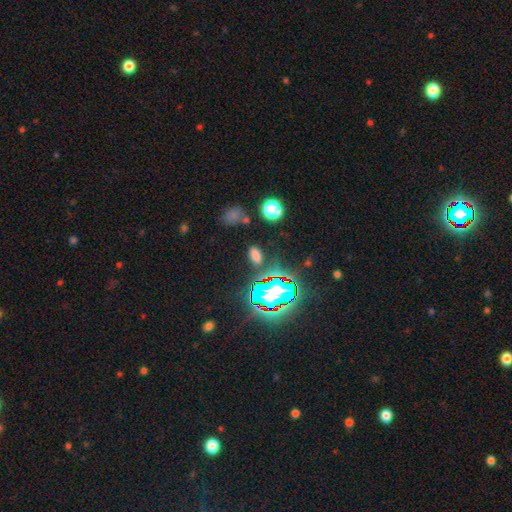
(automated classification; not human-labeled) A smooth galaxy with no disk features (60%) that is in between round and cigar-shaped (84%). Merging: none (81%).